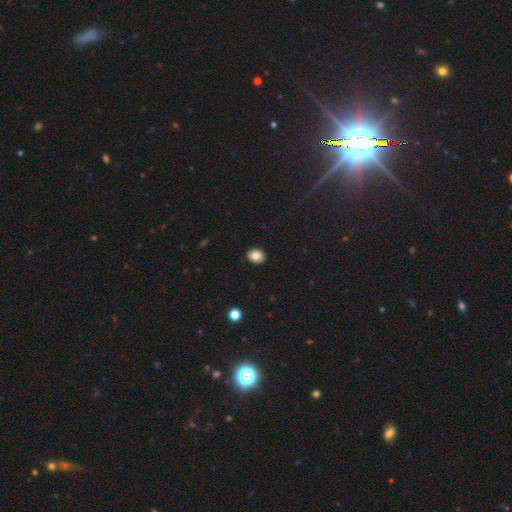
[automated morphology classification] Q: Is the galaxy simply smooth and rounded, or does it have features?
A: smooth — 83%.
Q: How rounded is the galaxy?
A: round — 52%.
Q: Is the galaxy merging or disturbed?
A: none — 91%.